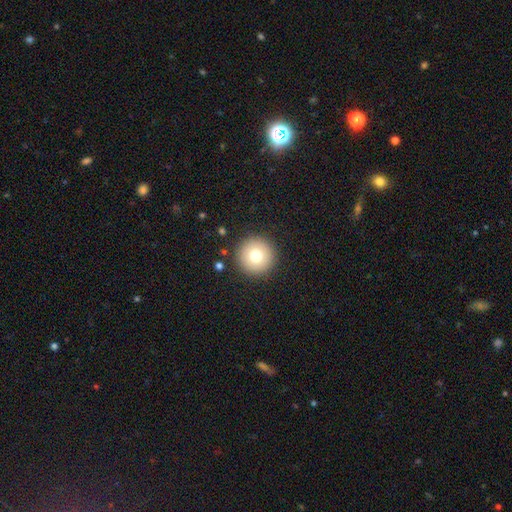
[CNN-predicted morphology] A smooth galaxy with no disk features (75%) that is round (97%). Merging: none (92%).